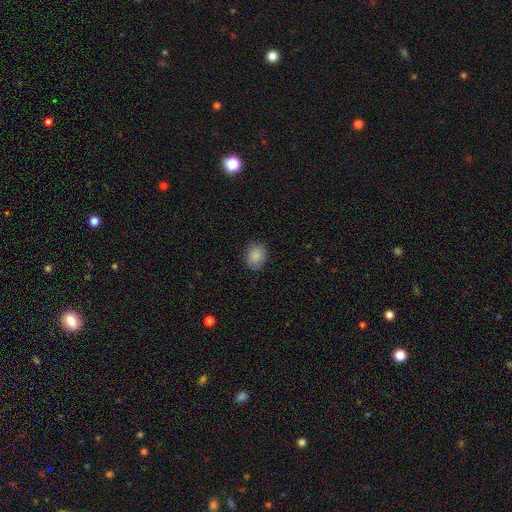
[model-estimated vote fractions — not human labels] smooth 88%, star or artifact 8%, featured or disk 5%. Down the decision tree: how rounded — in between (53%); merging — none (85%).